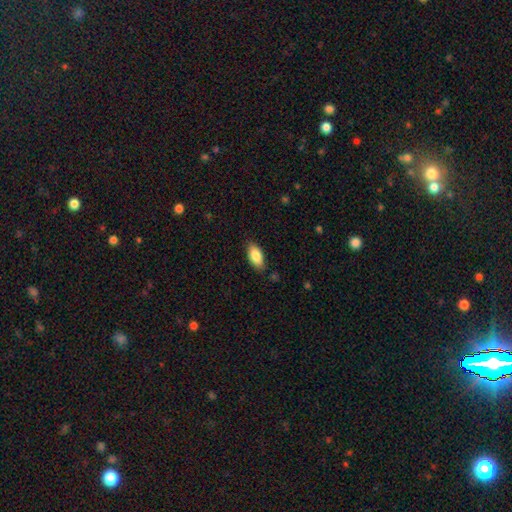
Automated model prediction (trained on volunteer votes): smooth-or-featured: smooth: 84% | featured or disk: 9% | star or artifact: 7%
  how-rounded: in between: 90% | cigar-shaped: 8% | round: 3%
  merging: none: 84% | minor disturbance: 13% | major disturbance: 2% | merger: 1%